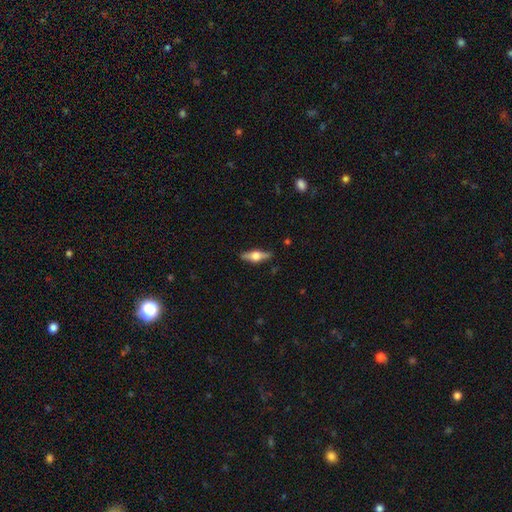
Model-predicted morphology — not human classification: This appears to be a featured or disk galaxy (61%) viewed edge-on (95%) with a rounded central bulge (94%). Merging: none (87%).